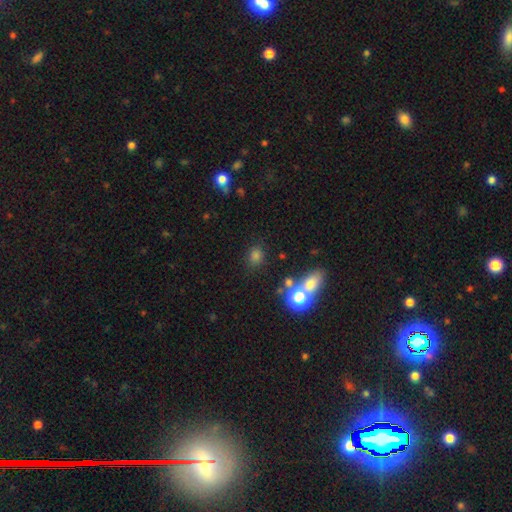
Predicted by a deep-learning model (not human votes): Smooth or featured? smooth (71%)
How rounded? round (65%)
Merging? none (74%)